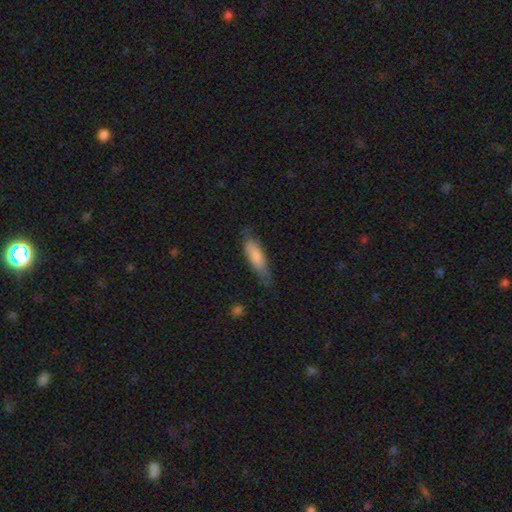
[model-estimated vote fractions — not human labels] A smooth galaxy with no disk features (79%) that is in between round and cigar-shaped (52%). Merging: none (62%).